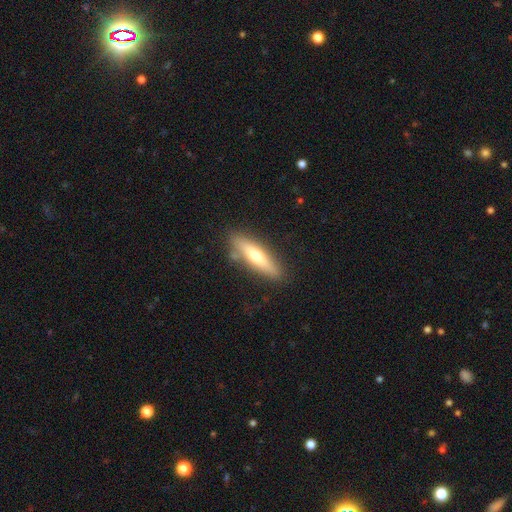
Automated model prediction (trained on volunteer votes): Smooth or featured? smooth (55%)
How rounded? cigar-shaped (76%)
Merging? none (83%)